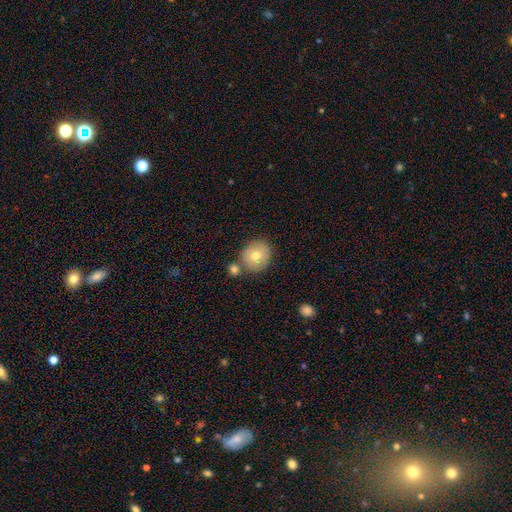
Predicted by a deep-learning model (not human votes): Morphology: type=smooth (74%); roundness=round (85%); merging=none (68%).